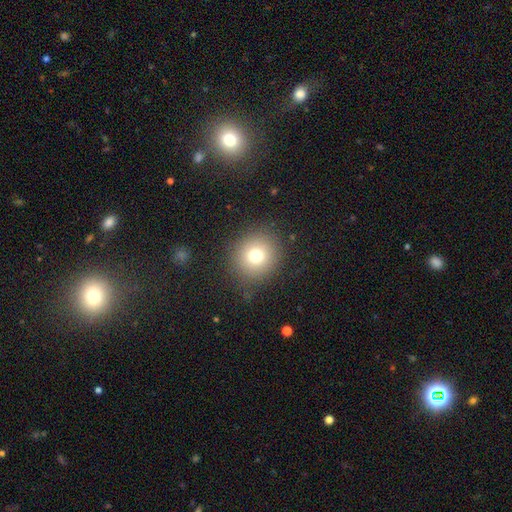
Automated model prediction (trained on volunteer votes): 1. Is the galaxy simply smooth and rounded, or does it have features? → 75% smooth, 14% star or artifact, 11% featured or disk.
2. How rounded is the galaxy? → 88% round, 12% in between, 1% cigar-shaped.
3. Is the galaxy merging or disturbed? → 86% none, 9% minor disturbance, 4% major disturbance, 1% merger.